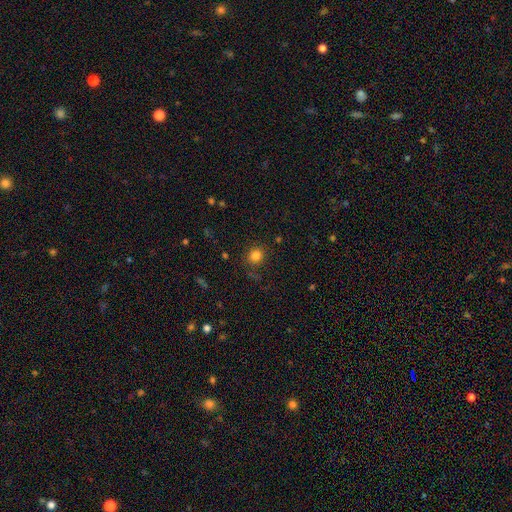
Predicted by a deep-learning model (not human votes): This appears to be a smooth galaxy with no disk features (82%) that is round (83%). Merging: none (85%).